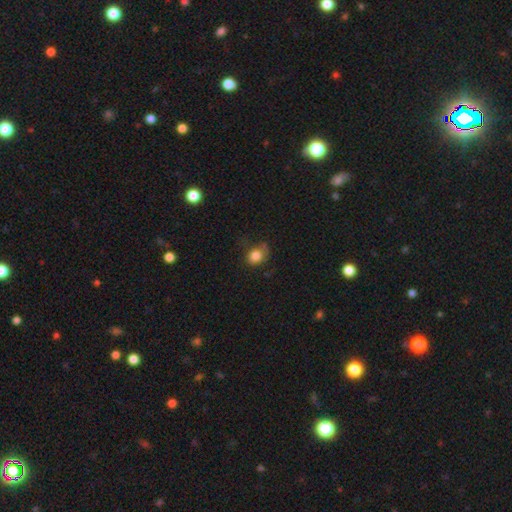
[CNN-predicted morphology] Smooth or featured? smooth (81%)
How rounded? round (52%)
Merging? none (47%)